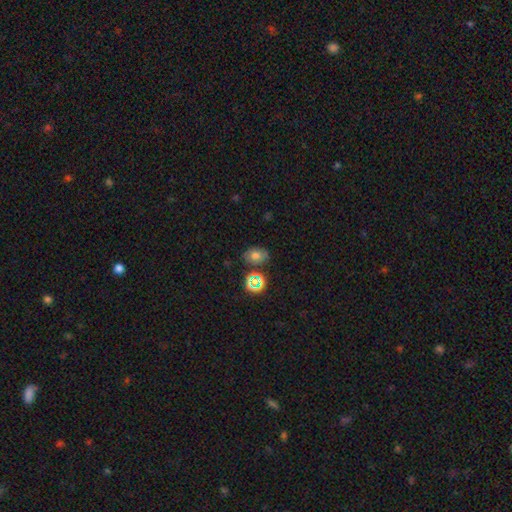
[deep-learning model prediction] Morphology: type=smooth (66%); roundness=in between (71%); merging=none (73%).